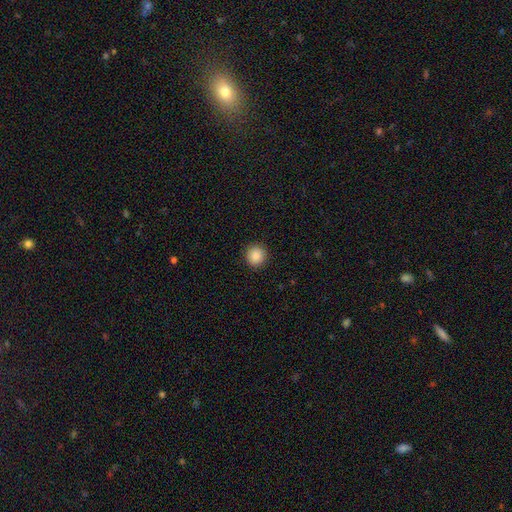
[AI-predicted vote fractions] The model was most divided on "smooth or featured": smooth: 87%, star or artifact: 9%, featured or disk: 3%. More confident: how rounded — round (93%); merging — none (92%).